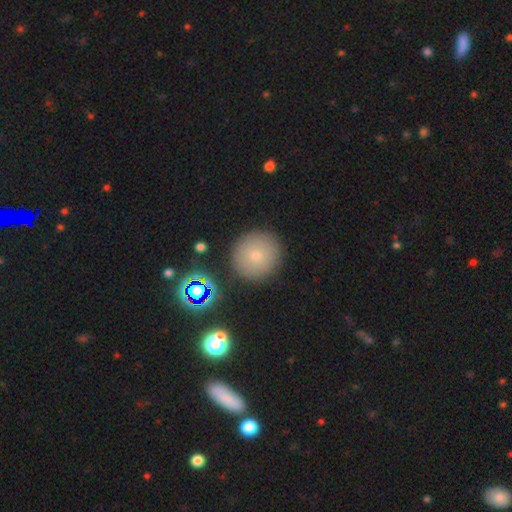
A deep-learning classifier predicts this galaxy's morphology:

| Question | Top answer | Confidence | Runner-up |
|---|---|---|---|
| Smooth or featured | smooth | 73% | star or artifact (13%) |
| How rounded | round | 95% | in between (4%) |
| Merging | none | 89% | minor disturbance (7%) |